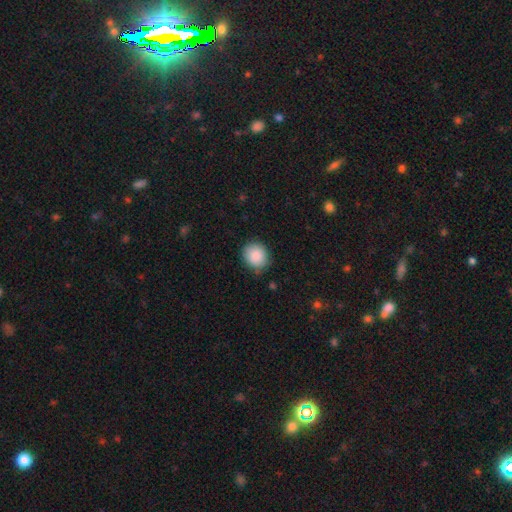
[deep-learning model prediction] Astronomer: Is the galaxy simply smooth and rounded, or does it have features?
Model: smooth — 89%.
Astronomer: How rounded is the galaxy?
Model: round — 77%.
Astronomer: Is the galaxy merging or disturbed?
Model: none — 83%.